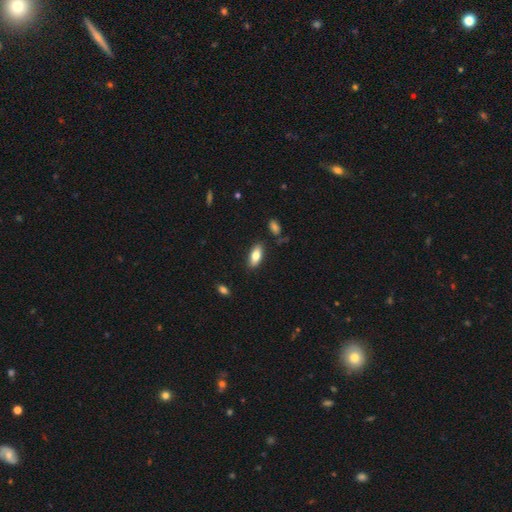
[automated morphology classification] Smooth or featured? smooth (79%)
How rounded? in between (84%)
Merging? none (84%)